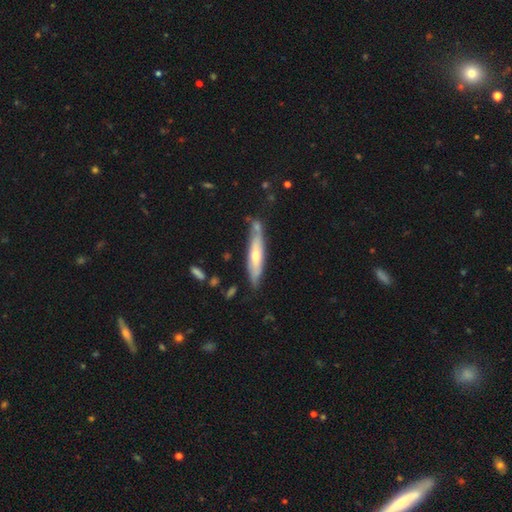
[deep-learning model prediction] This appears to be a featured or disk galaxy (58%) viewed edge-on (73%). Merging: none (73%).